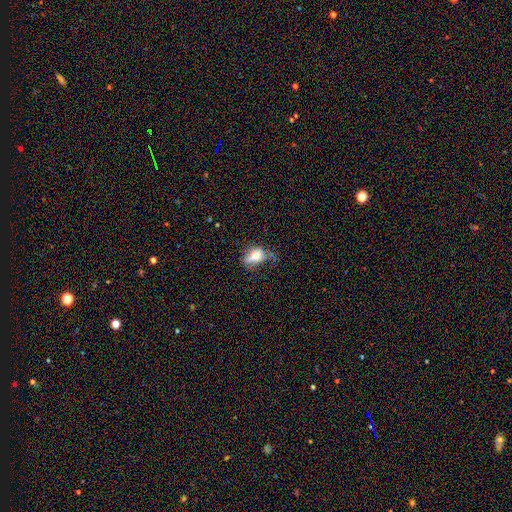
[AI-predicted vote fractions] smooth-or-featured: smooth: 63% | featured or disk: 26% | star or artifact: 11%
  how-rounded: in between: 78% | round: 15% | cigar-shaped: 7%
  merging: none: 35% | minor disturbance: 31% | major disturbance: 26% | merger: 9%